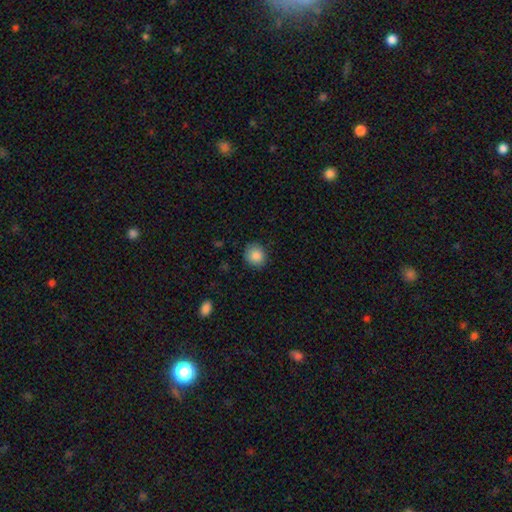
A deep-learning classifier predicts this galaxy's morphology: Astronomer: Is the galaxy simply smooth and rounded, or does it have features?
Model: smooth — 86%.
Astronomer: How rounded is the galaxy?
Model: round — 77%.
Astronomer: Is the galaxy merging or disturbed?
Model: none — 86%.